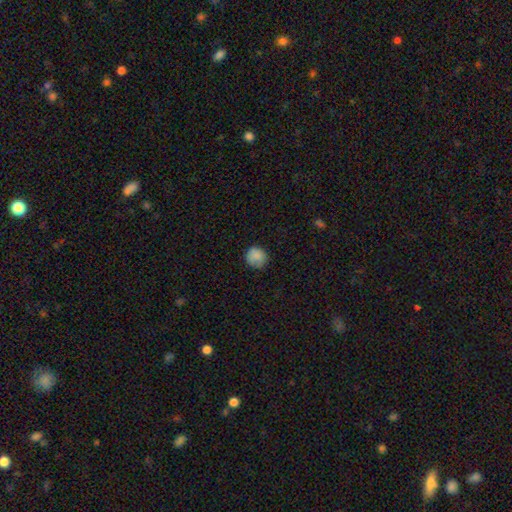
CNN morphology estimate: Q: Smooth or featured?
A: smooth (86%); runner-up: star or artifact (9%)
Q: How rounded?
A: round (89%); runner-up: in between (10%)
Q: Merging?
A: none (79%); runner-up: minor disturbance (17%)